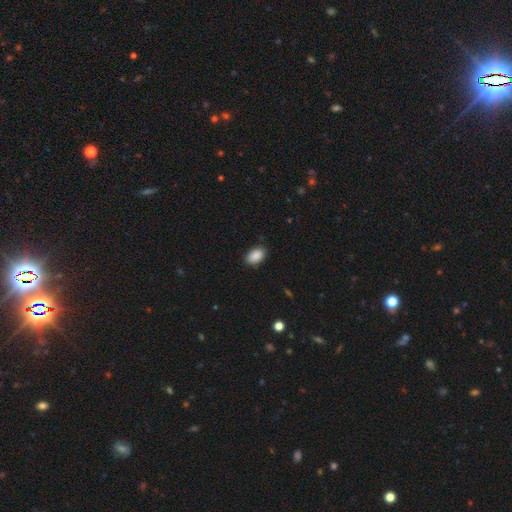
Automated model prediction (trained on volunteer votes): Smooth or featured? Predicted: smooth (p=0.88). How rounded? Predicted: in between (p=0.90). Merging? Predicted: none (p=0.84).